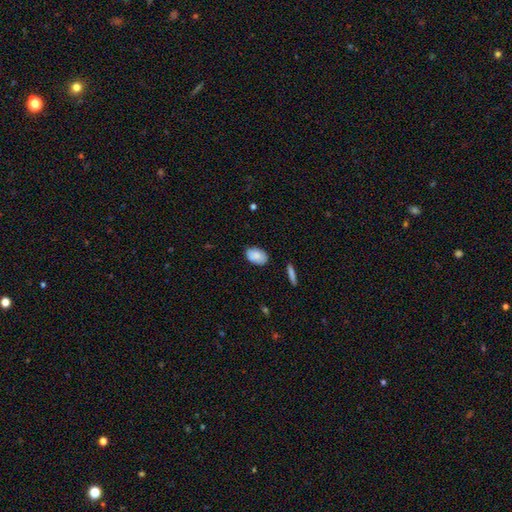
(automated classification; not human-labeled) Smooth or featured: smooth — 86% (featured or disk — 8%)
How rounded: in between — 91% (round — 8%)
Merging: none — 82% (minor disturbance — 14%)